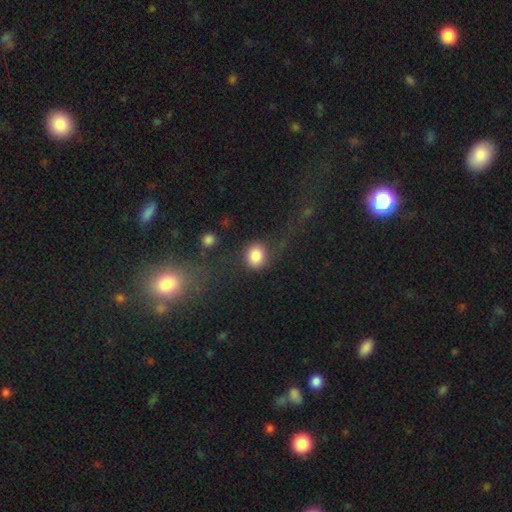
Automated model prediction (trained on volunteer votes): A smooth galaxy with no disk features (83%) that is round (66%). Merging: none (62%).